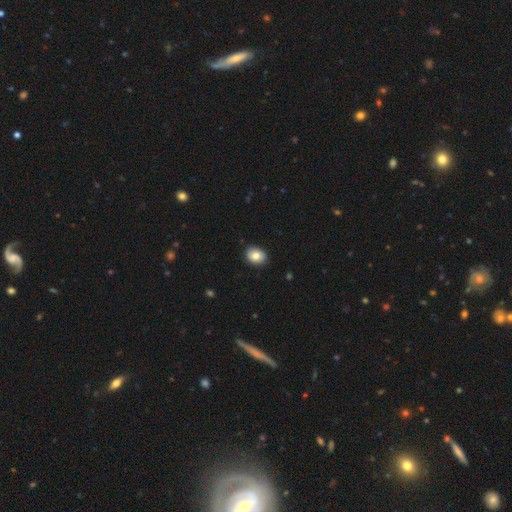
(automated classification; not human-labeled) Smooth or featured: smooth — 81% (featured or disk — 11%)
How rounded: in between — 59% (round — 40%)
Merging: none — 88% (minor disturbance — 9%)